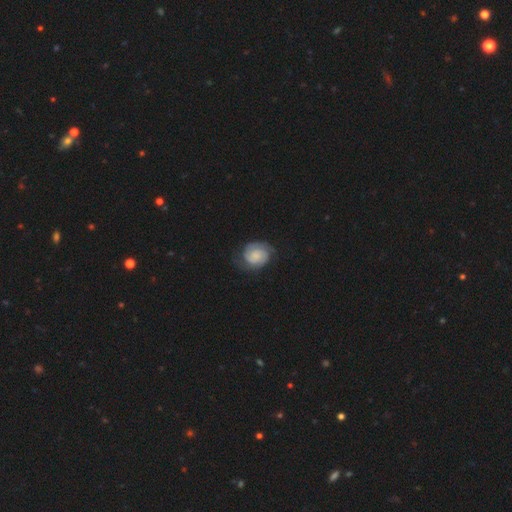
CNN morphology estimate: The model was most divided on "bulge size": small: 34%, none: 33%, moderate: 19%, large: 11%, dominant: 3%. More confident: edge-on disk — no (98%); spiral arms — yes (95%); spiral arm count — 2 (73%); merging — none (71%); smooth or featured — featured or disk (70%); bar — no (70%); spiral winding — tight (59%).